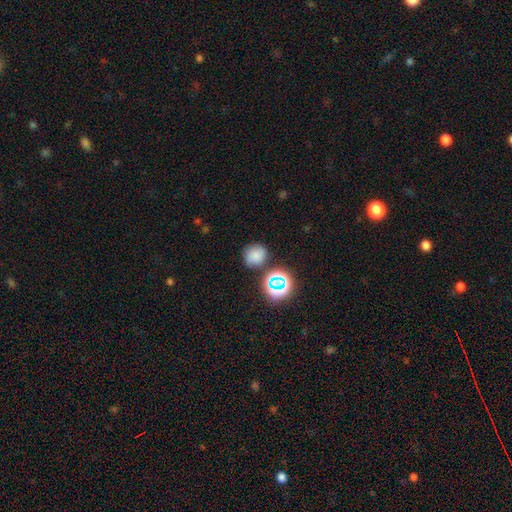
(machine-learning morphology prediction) smooth 70%, star or artifact 20%, featured or disk 10%. Down the decision tree: how rounded — round (78%); merging — none (70%).